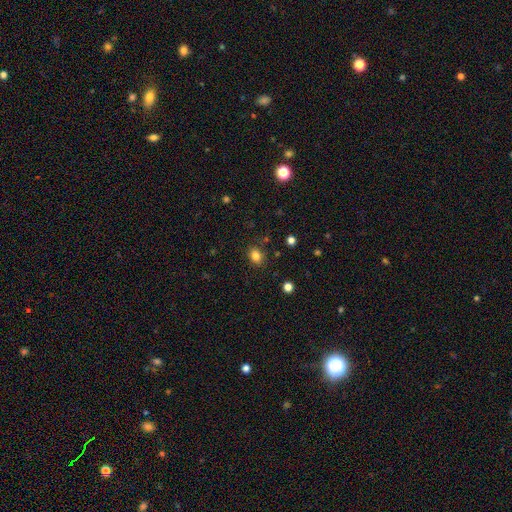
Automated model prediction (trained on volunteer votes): This is clearly a smooth galaxy (82%). How rounded: possibly in between (56%). Merging: clearly none (83%).